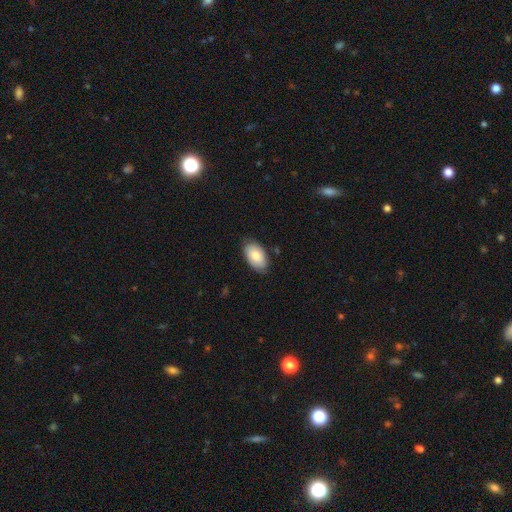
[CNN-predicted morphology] A smooth galaxy with no disk features (80%) that is in between round and cigar-shaped (94%).

Vote fractions:
- Smooth or featured? smooth: 80% / featured or disk: 14% / star or artifact: 6%
- How rounded? in between: 94% / round: 5% / cigar-shaped: 1%
- Merging? none: 80% / minor disturbance: 16% / major disturbance: 3% / merger: 1%